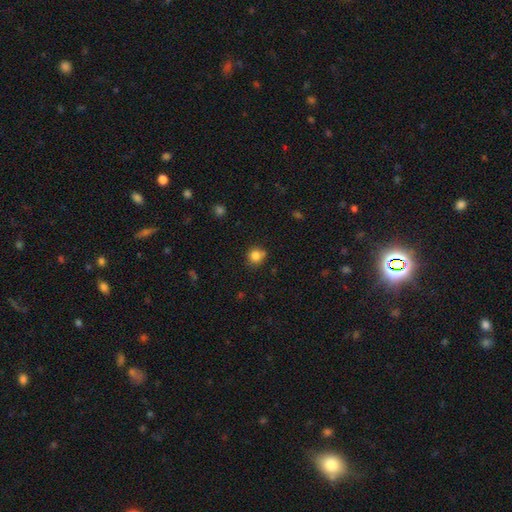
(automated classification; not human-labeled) Smooth or featured? Predicted: smooth (p=0.82). How rounded? Predicted: round (p=0.86). Merging? Predicted: none (p=0.71).